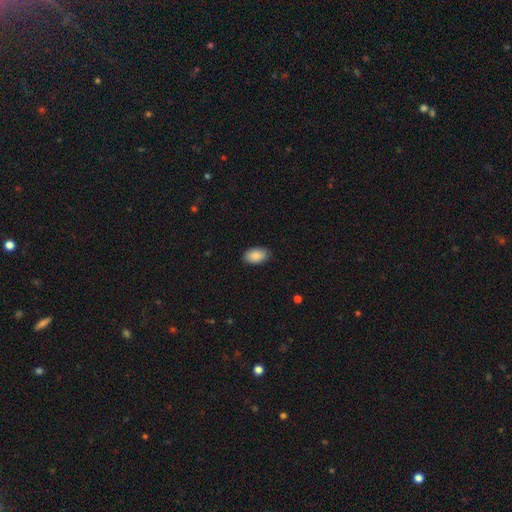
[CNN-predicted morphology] Smooth or featured?
  - smooth: 88% *
  - star or artifact: 7%
  - featured or disk: 5%
How rounded?
  - in between: 93% *
  - round: 5%
  - cigar-shaped: 1%
Merging?
  - none: 87% *
  - minor disturbance: 10%
  - major disturbance: 2%
  - merger: 1%